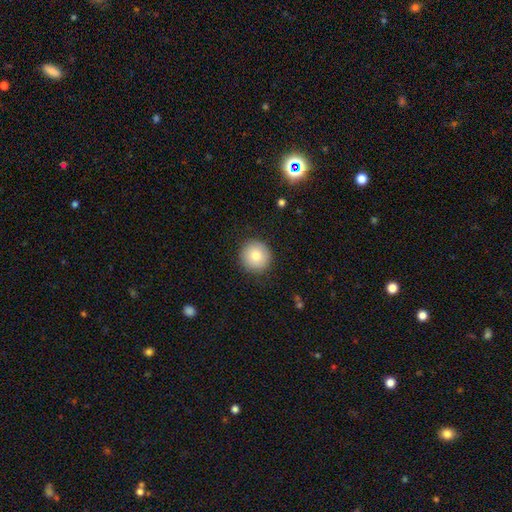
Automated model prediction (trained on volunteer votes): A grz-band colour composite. It shows a smooth galaxy with no disk features (82%) that is round (95%). Merging: none (90%).